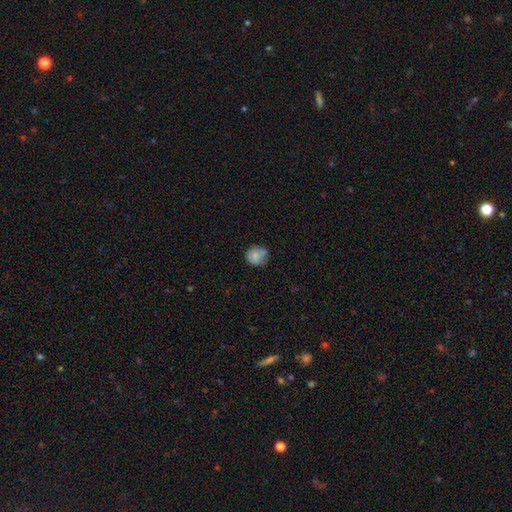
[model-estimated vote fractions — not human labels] A smooth galaxy with no disk features (77%) that is round (78%).

Vote fractions:
- Smooth or featured? smooth: 77% / featured or disk: 15% / star or artifact: 9%
- How rounded? round: 78% / in between: 21% / cigar-shaped: 1%
- Merging? none: 62% / minor disturbance: 28% / major disturbance: 6% / merger: 4%